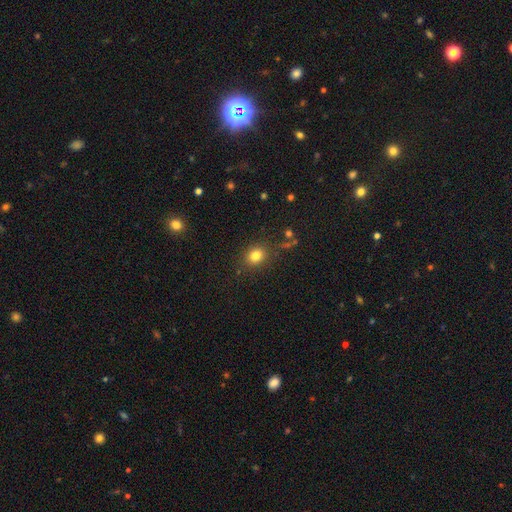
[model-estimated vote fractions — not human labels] Smooth or featured? smooth (81%)
How rounded? round (61%)
Merging? none (83%)